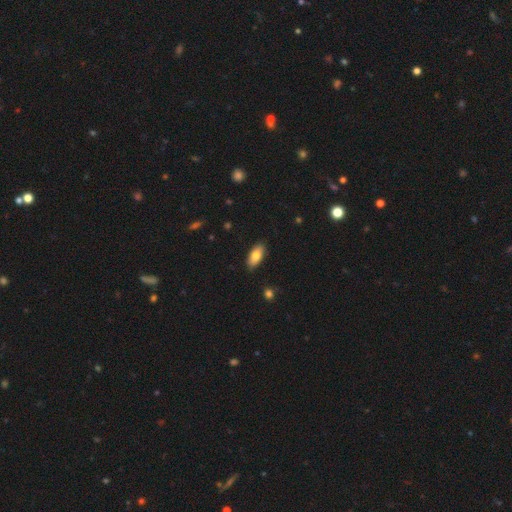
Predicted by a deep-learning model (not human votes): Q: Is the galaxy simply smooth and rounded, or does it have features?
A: smooth — 81%.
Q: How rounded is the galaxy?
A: in between — 89%.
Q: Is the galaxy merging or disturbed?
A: none — 87%.